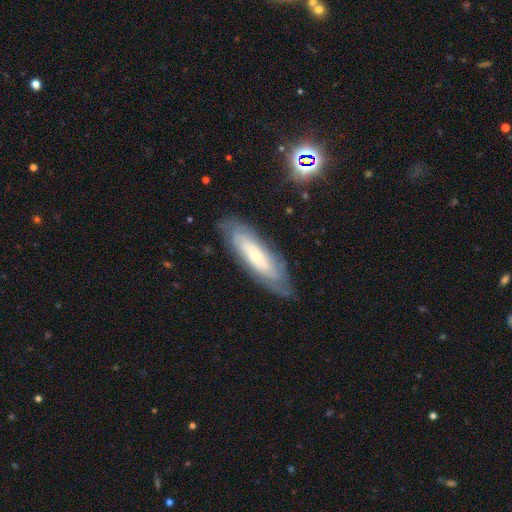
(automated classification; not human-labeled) Smooth or featured: featured or disk — 62% (smooth — 31%)
Edge-on disk: no — 73% (yes — 27%)
Merging: none — 76% (minor disturbance — 17%)